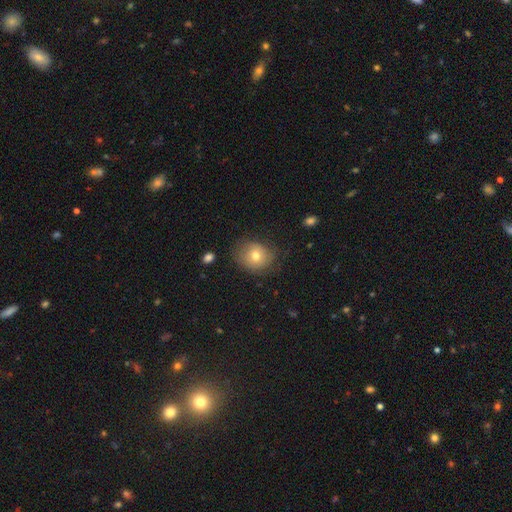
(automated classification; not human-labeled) Smooth or featured? smooth (70%)
How rounded? round (71%)
Merging? none (66%)